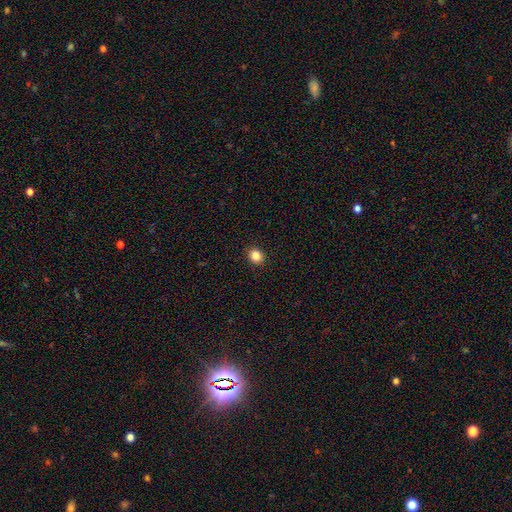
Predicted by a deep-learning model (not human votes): A smooth galaxy with no disk features (85%) that is round (74%). Merging: none (92%).